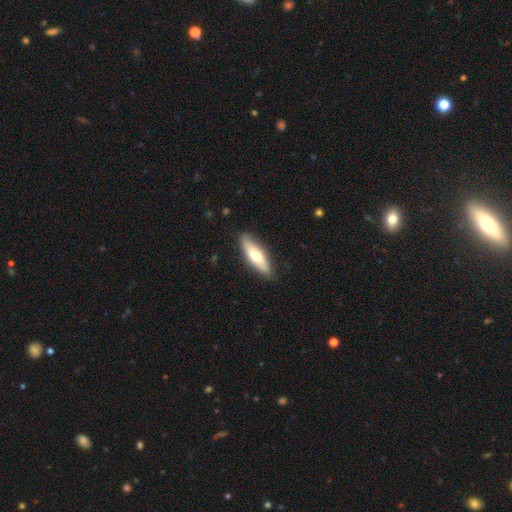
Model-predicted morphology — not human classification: Smooth or featured? Predicted: smooth (p=0.64). How rounded? Predicted: cigar-shaped (p=0.52). Merging? Predicted: none (p=0.85).